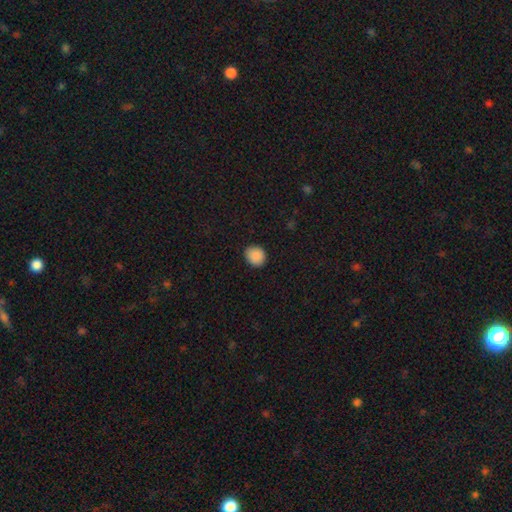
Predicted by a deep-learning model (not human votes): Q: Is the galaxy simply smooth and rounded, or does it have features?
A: smooth — 89%.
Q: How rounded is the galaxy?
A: round — 73%.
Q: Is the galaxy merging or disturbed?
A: none — 87%.